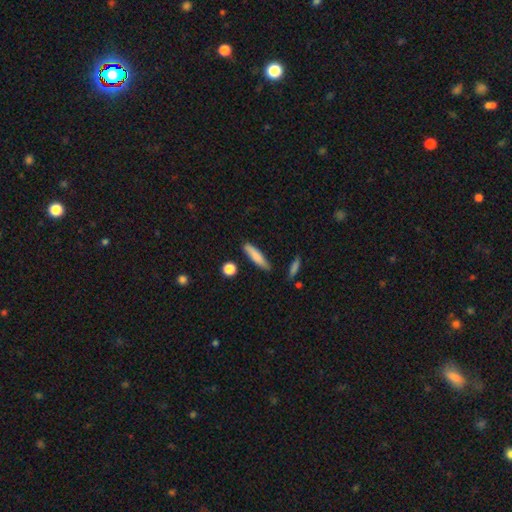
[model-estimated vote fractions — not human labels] smooth 81%, featured or disk 13%, star or artifact 6%. Down the decision tree: how rounded — cigar-shaped (81%); merging — none (82%).